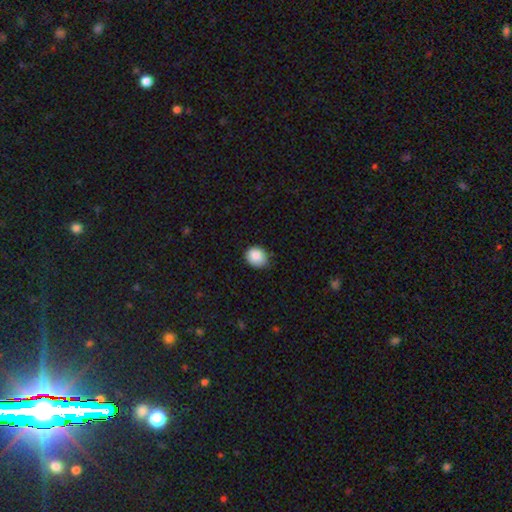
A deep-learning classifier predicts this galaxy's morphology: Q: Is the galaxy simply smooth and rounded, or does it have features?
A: smooth — 88%.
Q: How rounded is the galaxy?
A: round — 64%.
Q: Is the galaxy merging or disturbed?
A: none — 72%.